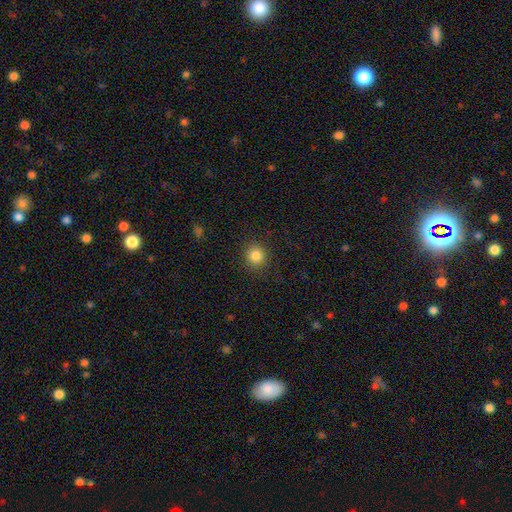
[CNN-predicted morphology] smooth 84%, star or artifact 12%, featured or disk 5%. Down the decision tree: how rounded — round (91%); merging — none (89%).